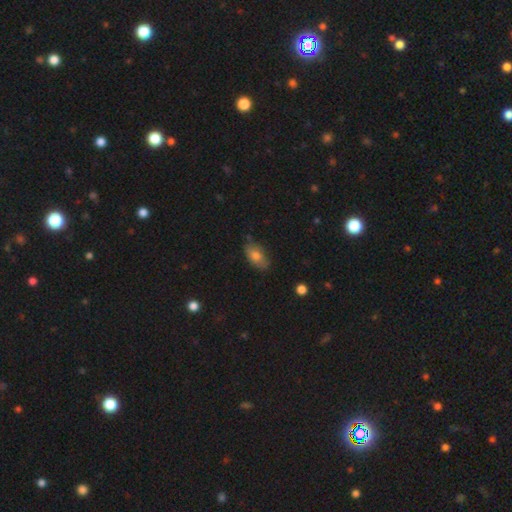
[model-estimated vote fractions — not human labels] Morphology: type=smooth (76%); roundness=in between (91%); merging=none (71%).